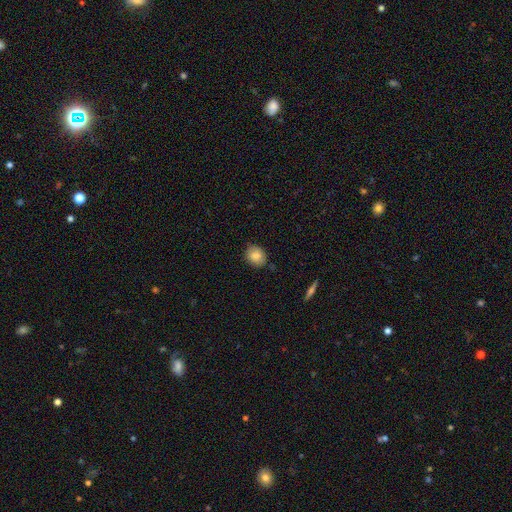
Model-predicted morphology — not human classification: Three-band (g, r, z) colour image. It shows a smooth galaxy with no disk features (84%) that is round (56%). Merging: none (80%).